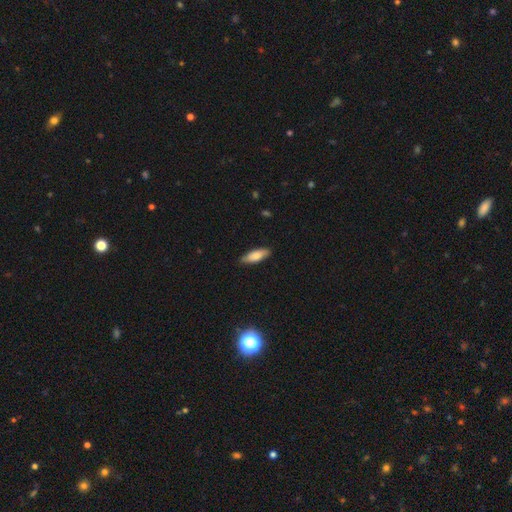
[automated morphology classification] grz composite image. It shows a smooth galaxy with no disk features (78%) that is in between round and cigar-shaped (58%). Merging: none (85%).